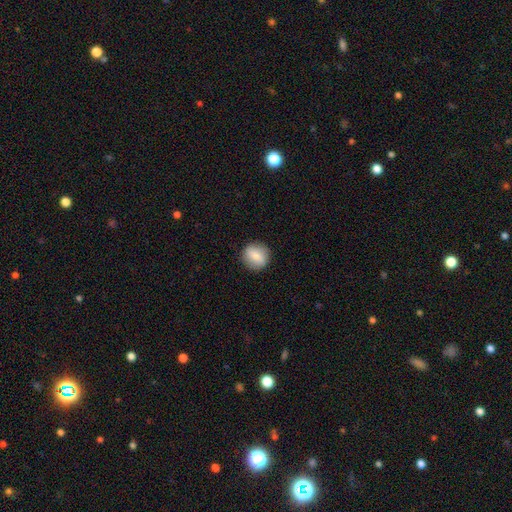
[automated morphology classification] Overall: smooth (71%). How rounded: round (88%). Merging: none (89%).